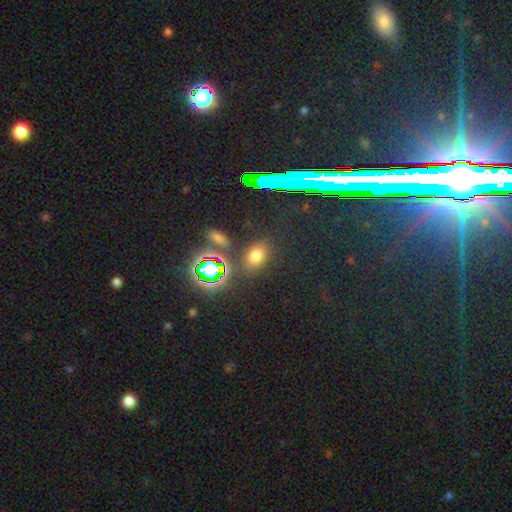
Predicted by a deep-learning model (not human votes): Overall: smooth (60%; star or artifact 32%). How rounded: in between (73%). Merging: none (79%).